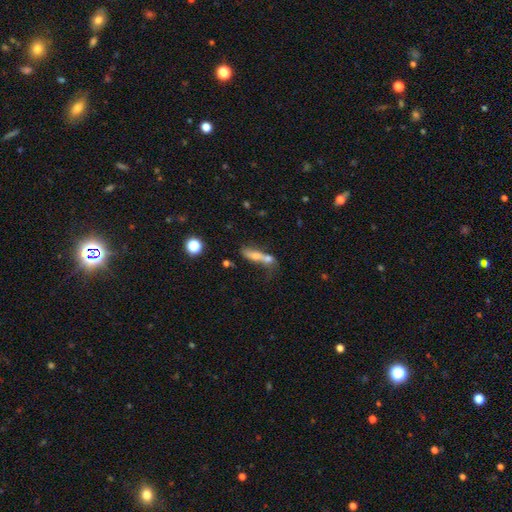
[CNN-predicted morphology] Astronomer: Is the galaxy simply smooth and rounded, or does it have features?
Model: smooth — 52% (runner-up: featured or disk, 36%).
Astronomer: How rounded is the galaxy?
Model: cigar-shaped — 57% (runner-up: in between, 37%).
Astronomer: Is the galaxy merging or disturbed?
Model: merger — 49% (runner-up: none, 29%).